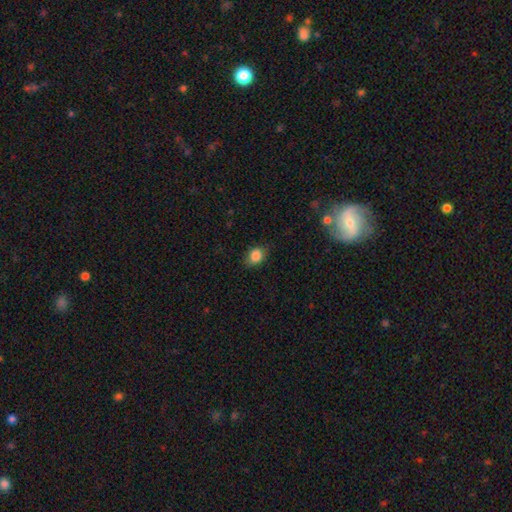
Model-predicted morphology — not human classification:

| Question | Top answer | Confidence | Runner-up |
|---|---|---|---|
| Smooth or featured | smooth | 85% | star or artifact (9%) |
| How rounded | in between | 64% | round (35%) |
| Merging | none | 79% | minor disturbance (17%) |